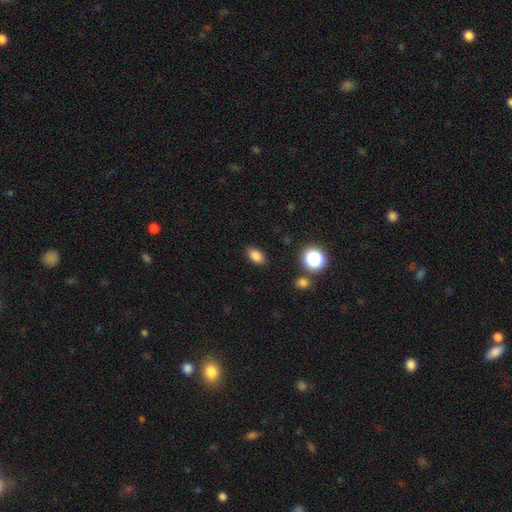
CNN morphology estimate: Smooth or featured? smooth (84%)
How rounded? in between (87%)
Merging? none (88%)